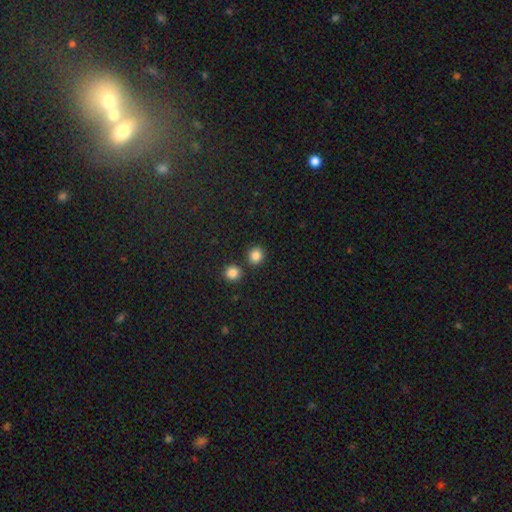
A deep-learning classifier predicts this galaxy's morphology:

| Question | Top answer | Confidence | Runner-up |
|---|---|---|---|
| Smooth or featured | smooth | 85% | star or artifact (11%) |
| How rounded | round | 86% | in between (13%) |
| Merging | none | 82% | merger (9%) |